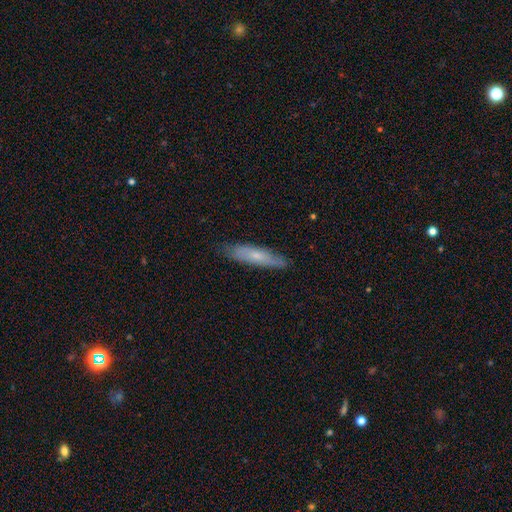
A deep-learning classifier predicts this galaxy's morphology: smooth_or_featured: smooth (p=0.58) [alt: featured or disk p=0.36]
how_rounded: cigar-shaped (p=0.79) [alt: in between p=0.20]
merging: none (p=0.80) [alt: minor disturbance p=0.16]